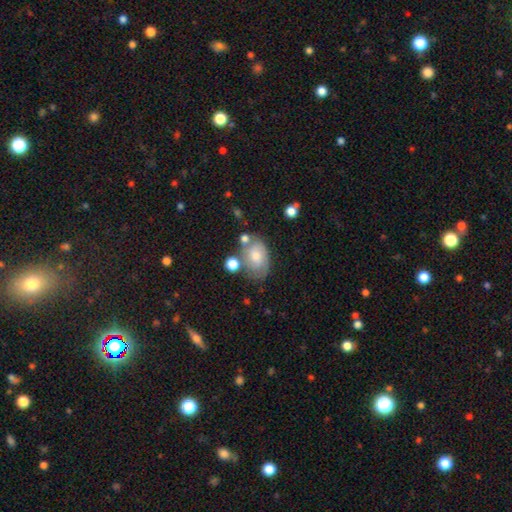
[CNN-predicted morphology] smooth-or-featured: smooth: 53% | featured or disk: 39% | star or artifact: 9%
  how-rounded: in between: 82% | round: 17% | cigar-shaped: 1%
  merging: none: 50% | minor disturbance: 24% | merger: 16% | major disturbance: 10%